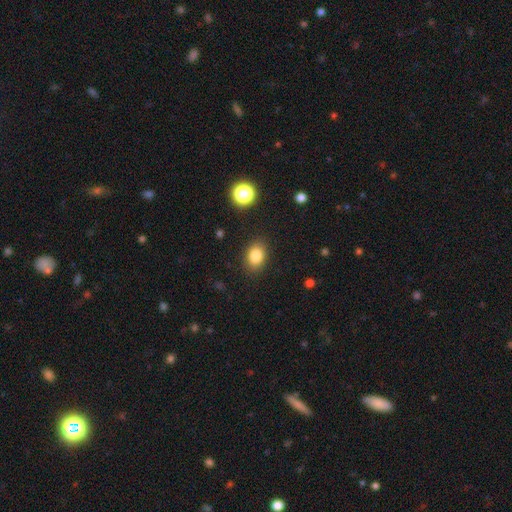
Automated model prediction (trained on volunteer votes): A smooth galaxy with no disk features (84%) that is in between round and cigar-shaped (75%). Merging: none (86%).